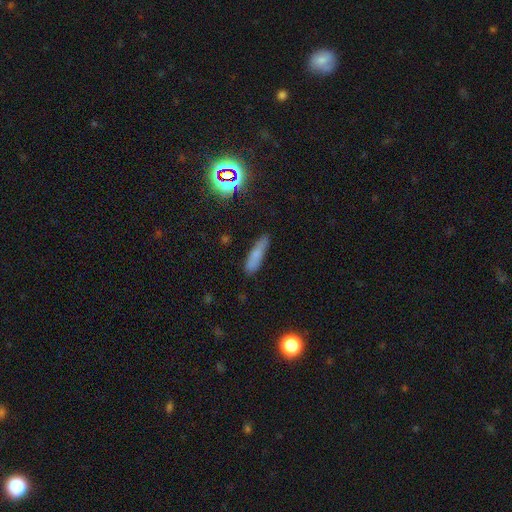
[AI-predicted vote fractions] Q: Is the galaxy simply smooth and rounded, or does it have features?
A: smooth — 72%.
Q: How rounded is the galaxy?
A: cigar-shaped — 75%.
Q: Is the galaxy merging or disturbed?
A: none — 75%.